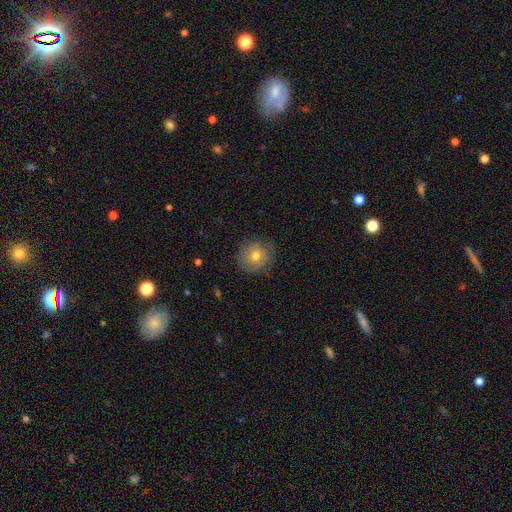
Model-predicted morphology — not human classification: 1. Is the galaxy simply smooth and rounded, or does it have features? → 68% smooth, 22% featured or disk, 10% star or artifact.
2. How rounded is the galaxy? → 88% round, 11% in between, 1% cigar-shaped.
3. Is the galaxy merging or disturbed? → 78% none, 16% minor disturbance, 5% major disturbance, 1% merger.